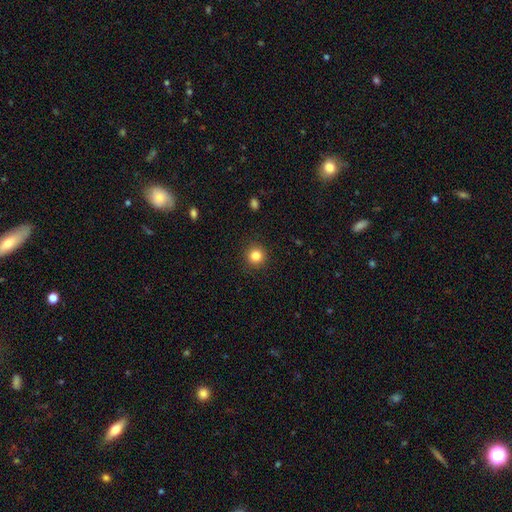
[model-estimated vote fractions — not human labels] A smooth galaxy with no disk features (84%) that is round (95%).

Vote fractions:
- Smooth or featured? smooth: 84% / star or artifact: 11% / featured or disk: 5%
- How rounded? round: 95% / in between: 4% / cigar-shaped: 1%
- Merging? none: 92% / minor disturbance: 5% / major disturbance: 2% / merger: 1%